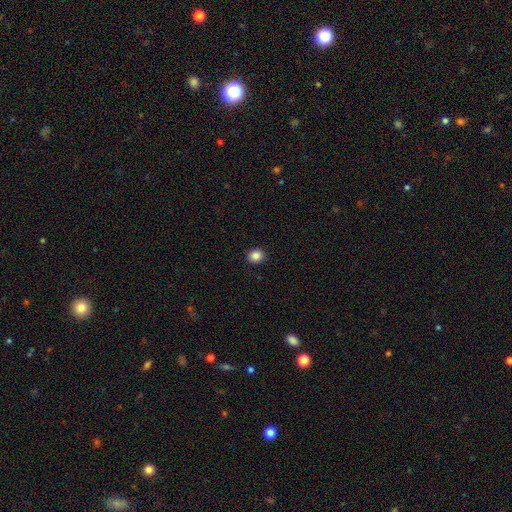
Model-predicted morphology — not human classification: Overall: smooth (86%). How rounded: round (76%). Merging: none (92%).